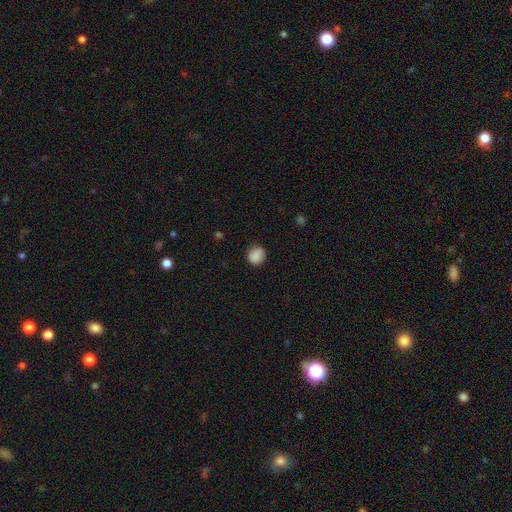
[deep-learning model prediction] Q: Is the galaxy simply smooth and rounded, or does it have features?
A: smooth — 81%.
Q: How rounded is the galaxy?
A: round — 77%.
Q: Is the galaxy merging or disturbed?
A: none — 78%.